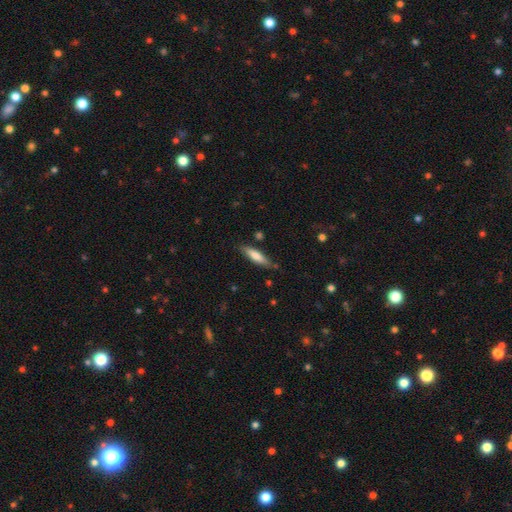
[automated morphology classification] type=smooth (71%); roundness=cigar-shaped (71%); merging=none (79%).